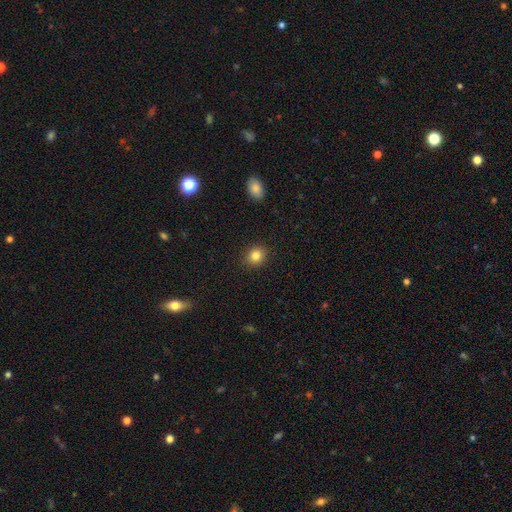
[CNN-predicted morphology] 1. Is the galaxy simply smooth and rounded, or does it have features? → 83% smooth, 11% star or artifact, 6% featured or disk.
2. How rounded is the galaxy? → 78% round, 21% in between, 1% cigar-shaped.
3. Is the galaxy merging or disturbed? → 90% none, 7% minor disturbance, 2% major disturbance, 1% merger.